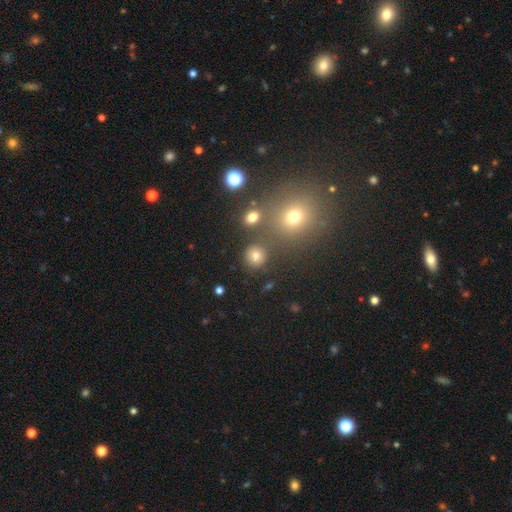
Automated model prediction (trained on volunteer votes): This appears to be a smooth galaxy with no disk features (74%) that is round (90%). Merging: none (82%).